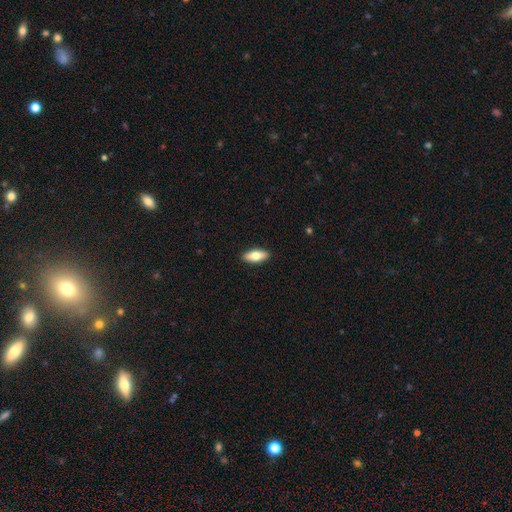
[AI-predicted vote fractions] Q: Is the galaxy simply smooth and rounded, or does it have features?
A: smooth — 70%.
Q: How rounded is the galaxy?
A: in between — 76%.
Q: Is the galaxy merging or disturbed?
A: none — 91%.